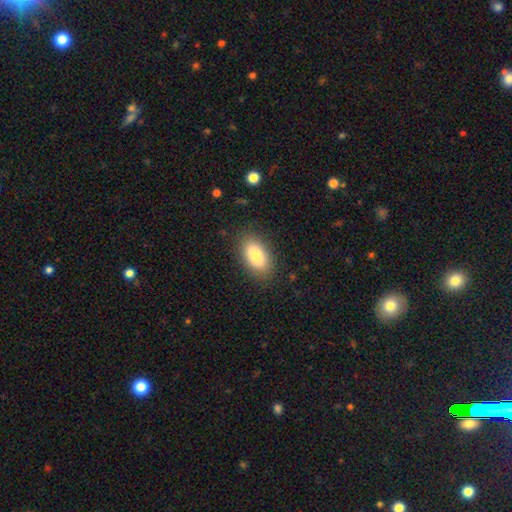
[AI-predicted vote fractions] This appears to be a smooth galaxy with no disk features (80%) that is in between round and cigar-shaped (92%). Merging: none (85%).